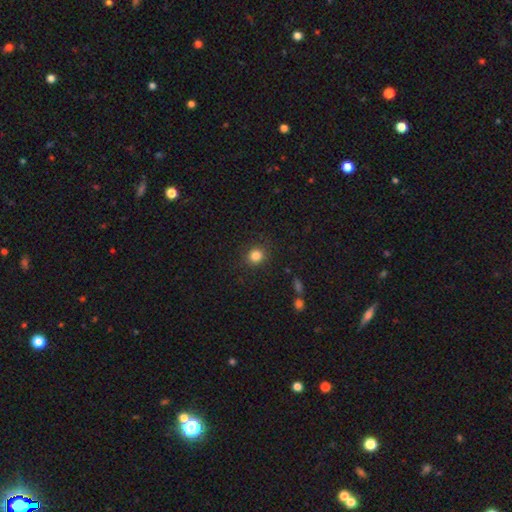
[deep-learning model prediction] Smooth or featured: smooth — 84% (star or artifact — 11%)
How rounded: round — 85% (in between — 15%)
Merging: none — 88% (minor disturbance — 8%)